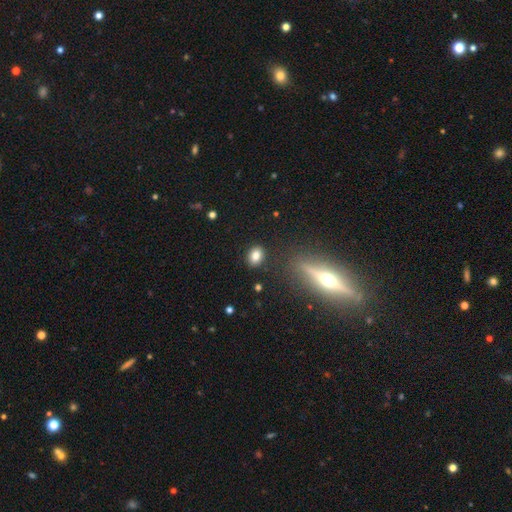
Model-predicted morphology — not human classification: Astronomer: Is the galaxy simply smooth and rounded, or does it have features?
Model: smooth — 82%.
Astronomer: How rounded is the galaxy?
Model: in between — 67%.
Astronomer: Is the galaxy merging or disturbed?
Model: none — 88%.